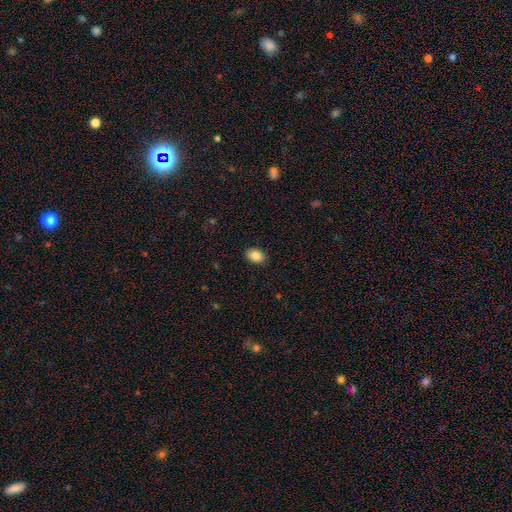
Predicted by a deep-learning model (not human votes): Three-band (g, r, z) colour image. It shows a smooth galaxy with no disk features (85%) that is in between round and cigar-shaped (80%). Merging: none (89%).